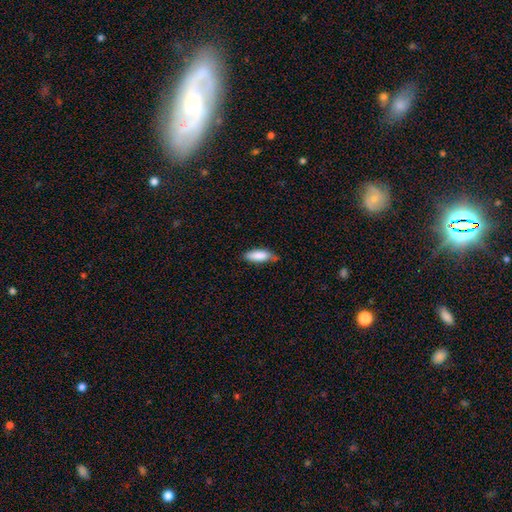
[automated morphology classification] type=smooth (86%); roundness=in between (67%); merging=none (58%).